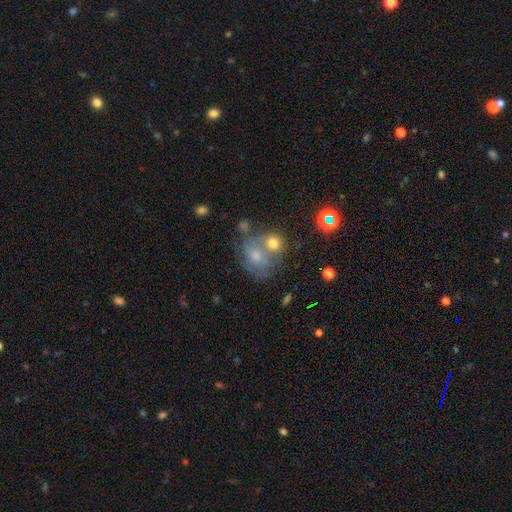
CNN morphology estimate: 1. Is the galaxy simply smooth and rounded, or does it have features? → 41% smooth, 40% featured or disk, 19% star or artifact.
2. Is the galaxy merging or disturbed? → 38% none (tied), 38% merger (tied), 14% minor disturbance, 10% major disturbance.